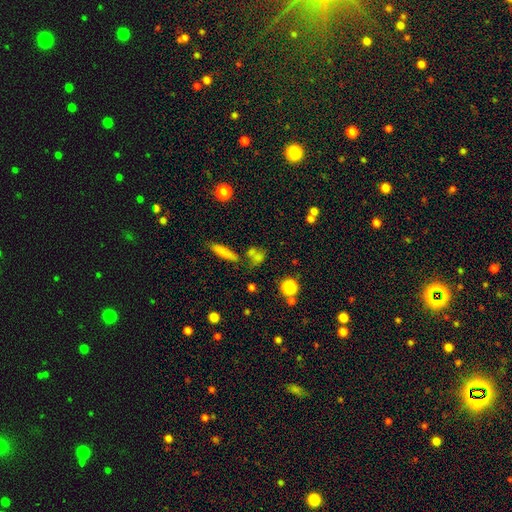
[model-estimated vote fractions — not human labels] Morphology: type=smooth (68%); roundness=round (48%); merging=none (52%).